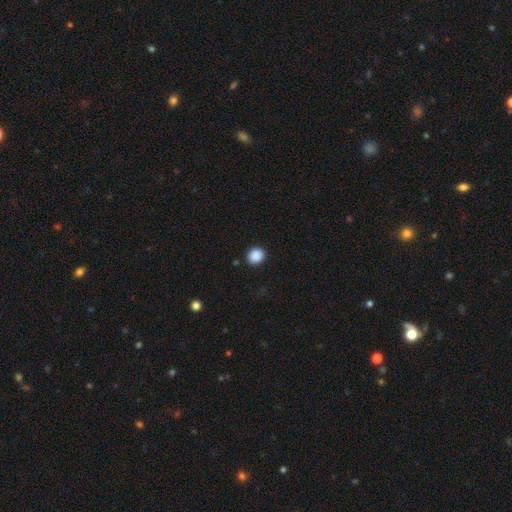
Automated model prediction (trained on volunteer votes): Overall: smooth (89%). How rounded: round (82%). Merging: none (90%).